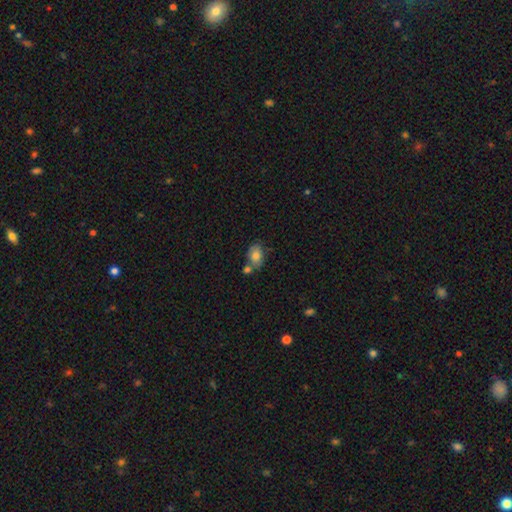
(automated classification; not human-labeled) The model was most divided on "merging": none: 54%, merger: 25%, minor disturbance: 17%, major disturbance: 5%. More confident: smooth or featured — smooth (78%); how rounded — in between (76%).